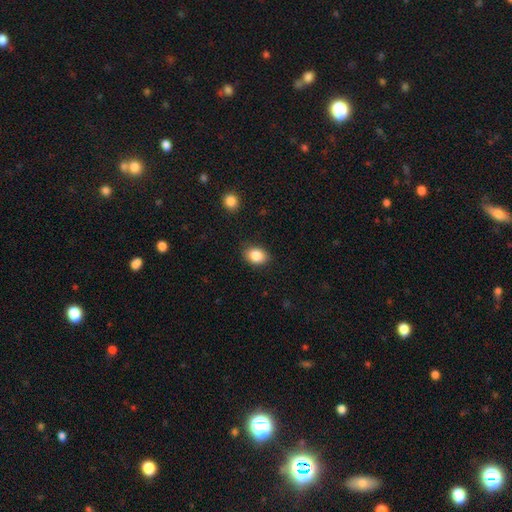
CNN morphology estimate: smooth-or-featured: smooth: 85% | star or artifact: 9% | featured or disk: 6%
  how-rounded: in between: 72% | round: 27% | cigar-shaped: 1%
  merging: none: 85% | minor disturbance: 11% | major disturbance: 2% | merger: 1%